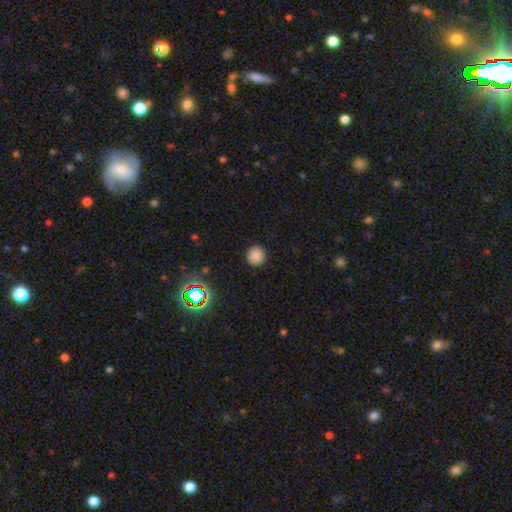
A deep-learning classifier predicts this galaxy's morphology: smooth_or_featured: smooth (p=0.82) [alt: star or artifact p=0.14]
how_rounded: round (p=0.95) [alt: in between p=0.04]
merging: none (p=0.91) [alt: minor disturbance p=0.06]